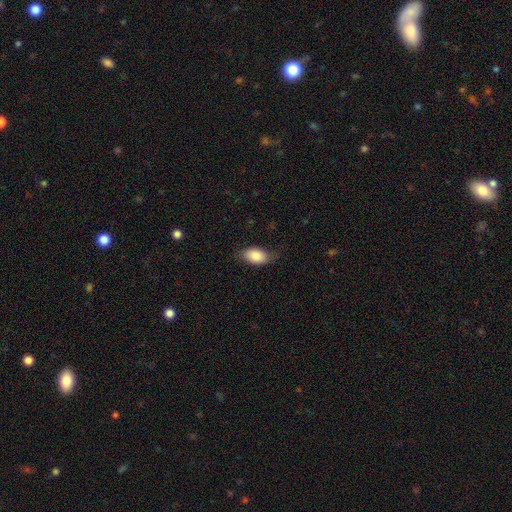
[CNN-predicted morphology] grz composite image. It shows a smooth galaxy with no disk features (84%) that is in between round and cigar-shaped (91%). Merging: none (72%).